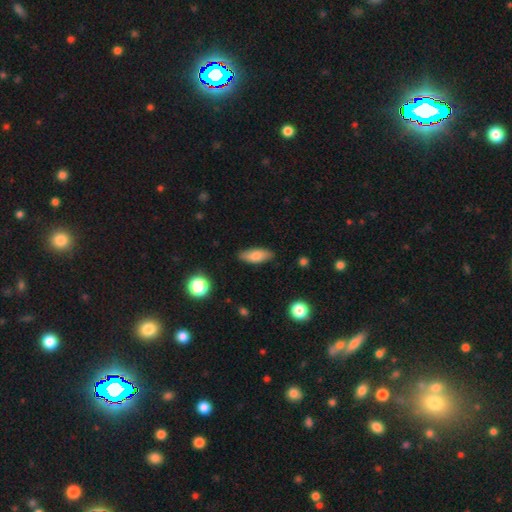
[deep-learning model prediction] Overall: smooth (79%). How rounded: in between (76%). Merging: none (86%).